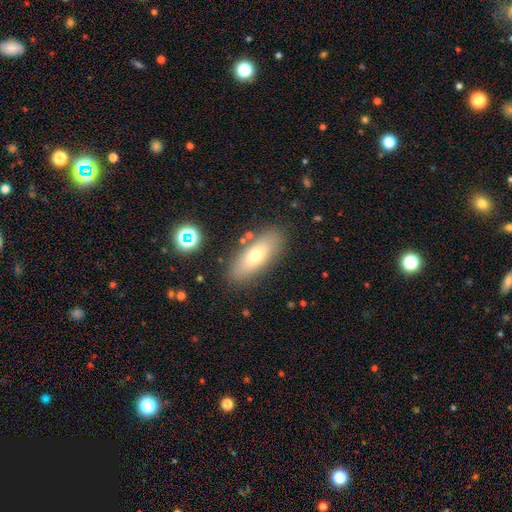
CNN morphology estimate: Overall: smooth (65%; featured or disk 25%). How rounded: in between (71%). Merging: none (84%).